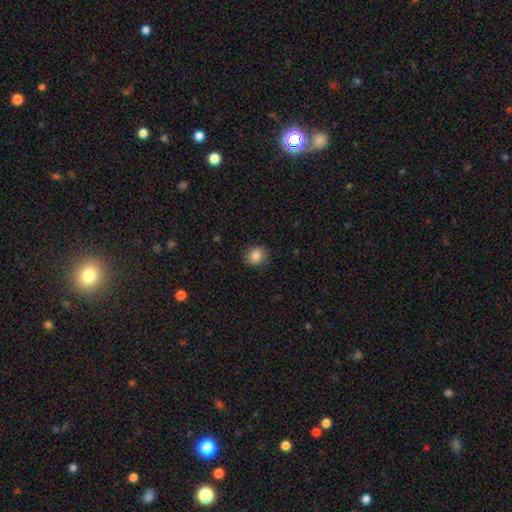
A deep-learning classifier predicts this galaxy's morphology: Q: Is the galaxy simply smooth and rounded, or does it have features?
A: smooth — 85%.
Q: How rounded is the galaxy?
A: round — 78%.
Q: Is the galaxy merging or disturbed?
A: none — 86%.